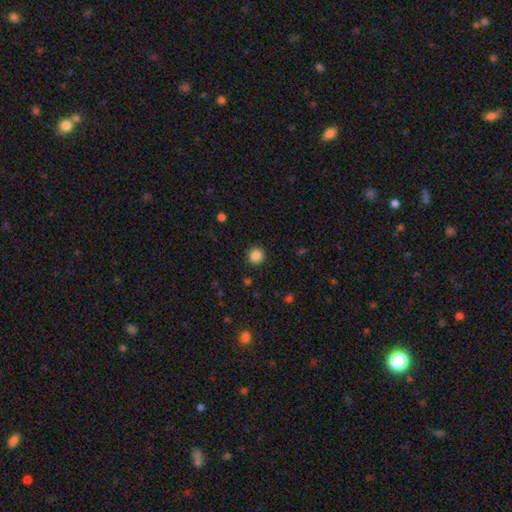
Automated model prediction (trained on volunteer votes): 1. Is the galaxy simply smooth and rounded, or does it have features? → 85% smooth, 11% star or artifact, 4% featured or disk.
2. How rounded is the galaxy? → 95% round, 4% in between, 1% cigar-shaped.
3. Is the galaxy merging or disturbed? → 92% none, 5% minor disturbance, 2% major disturbance, 1% merger.